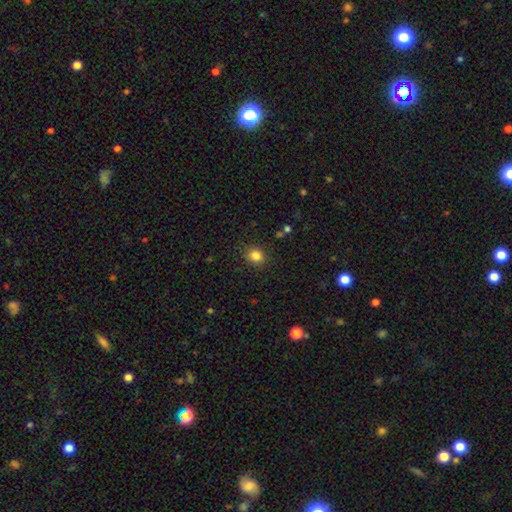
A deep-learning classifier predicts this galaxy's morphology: Smooth or featured? Predicted: smooth (p=0.84). How rounded? Predicted: round (p=0.75). Merging? Predicted: none (p=0.88).